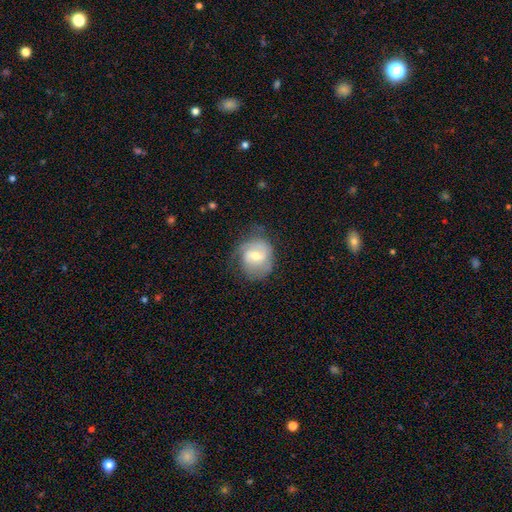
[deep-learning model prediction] The model was most divided on "spiral winding": medium: 43%, tight: 37%, loose: 20%. More confident: edge-on disk — no (97%); spiral arms — yes (86%); smooth or featured — featured or disk (65%); merging — none (61%); spiral arm count — 2 (60%); bar — weak (56%); bulge size — moderate (56%).